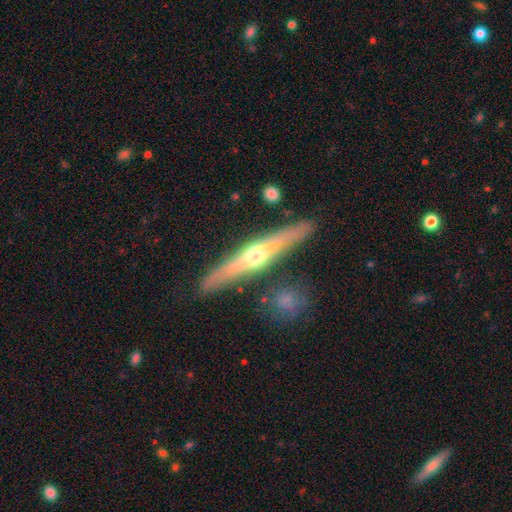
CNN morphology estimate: featured or disk 69%, smooth 25%, star or artifact 6%. Down the decision tree: edge-on disk — yes (96%); edge-on bulge — rounded (90%); merging — none (87%).